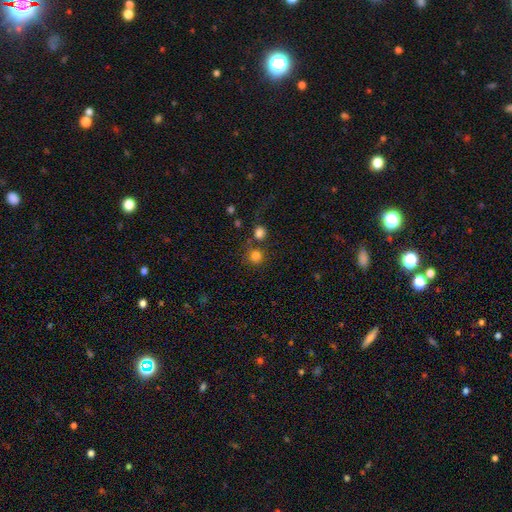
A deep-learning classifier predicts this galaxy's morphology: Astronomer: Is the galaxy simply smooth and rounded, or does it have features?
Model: smooth — 81%.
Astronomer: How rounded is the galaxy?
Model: round — 93%.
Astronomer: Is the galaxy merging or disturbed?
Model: none — 71%.